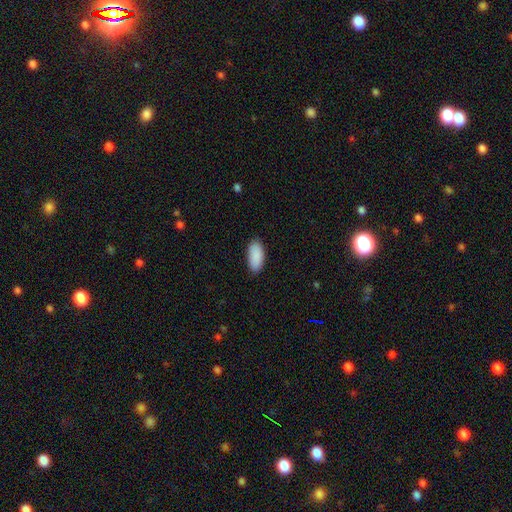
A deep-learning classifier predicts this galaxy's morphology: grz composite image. It shows a smooth galaxy with no disk features (91%) that is in between round and cigar-shaped (91%). Merging: none (87%).